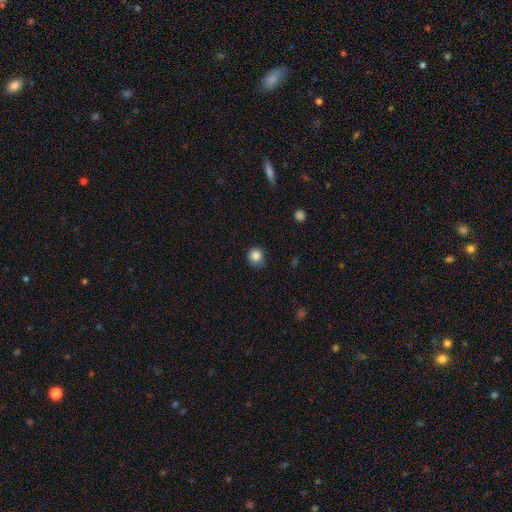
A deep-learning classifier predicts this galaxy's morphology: smooth-or-featured: smooth: 85% | star or artifact: 11% | featured or disk: 4%
  how-rounded: round: 90% | in between: 9% | cigar-shaped: 1%
  merging: none: 81% | minor disturbance: 15% | major disturbance: 3% | merger: 1%